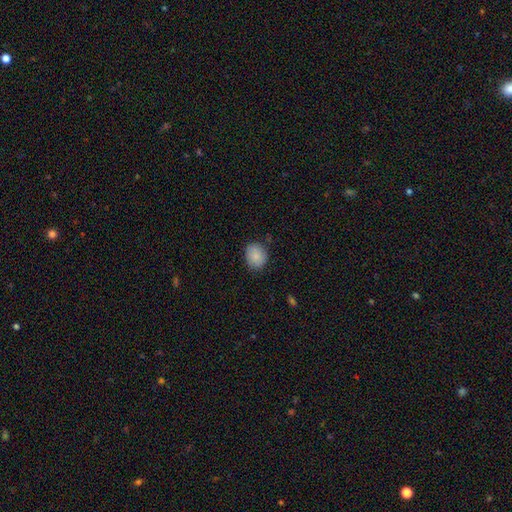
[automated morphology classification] Q: Smooth or featured?
A: smooth (87%); runner-up: star or artifact (8%)
Q: How rounded?
A: round (59%); runner-up: in between (40%)
Q: Merging?
A: none (79%); runner-up: minor disturbance (16%)